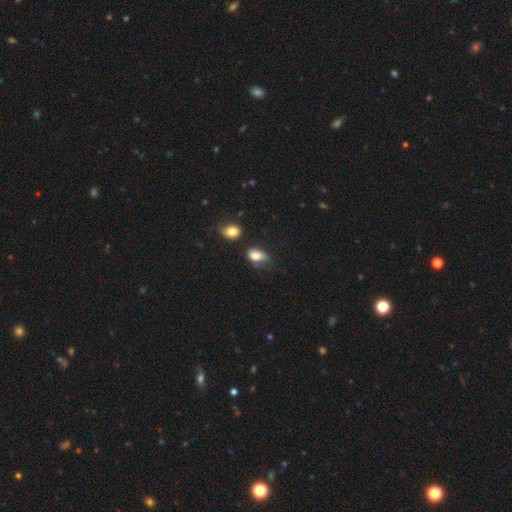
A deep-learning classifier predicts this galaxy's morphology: smooth_or_featured: smooth (p=0.80) [alt: featured or disk p=0.10]
how_rounded: in between (p=0.83) [alt: round p=0.14]
merging: minor disturbance (p=0.36) [alt: none p=0.34]